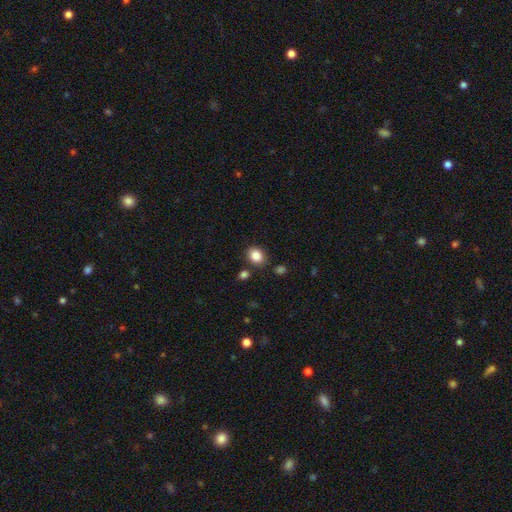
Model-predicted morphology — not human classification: smooth-or-featured: smooth: 86% | star or artifact: 9% | featured or disk: 5%
  how-rounded: round: 51% | in between: 48% | cigar-shaped: 1%
  merging: none: 83% | minor disturbance: 9% | merger: 5% | major disturbance: 3%